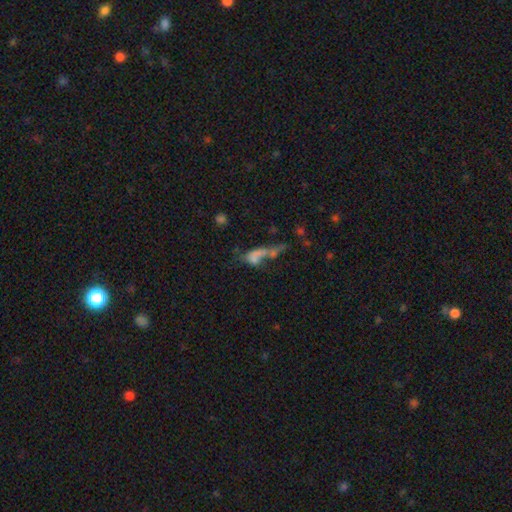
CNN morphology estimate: Q: Smooth or featured?
A: smooth (52%); runner-up: featured or disk (30%)
Q: How rounded?
A: in between (68%); runner-up: cigar-shaped (20%)
Q: Merging?
A: merger (43%); runner-up: major disturbance (28%)